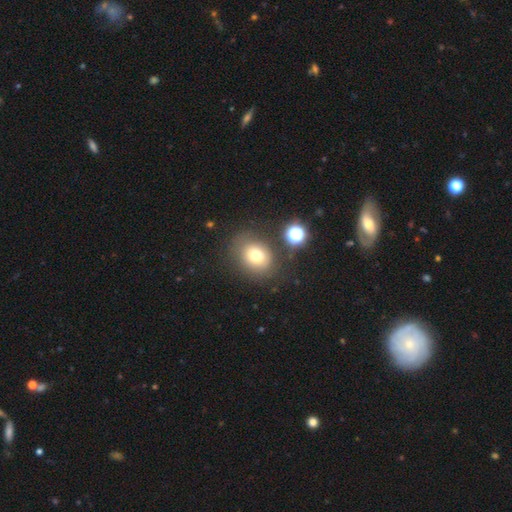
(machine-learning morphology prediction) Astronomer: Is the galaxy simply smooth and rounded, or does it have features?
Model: smooth — 73%.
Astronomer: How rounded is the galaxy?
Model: round — 60% (runner-up: in between, 39%).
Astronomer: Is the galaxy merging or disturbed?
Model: none — 75%.